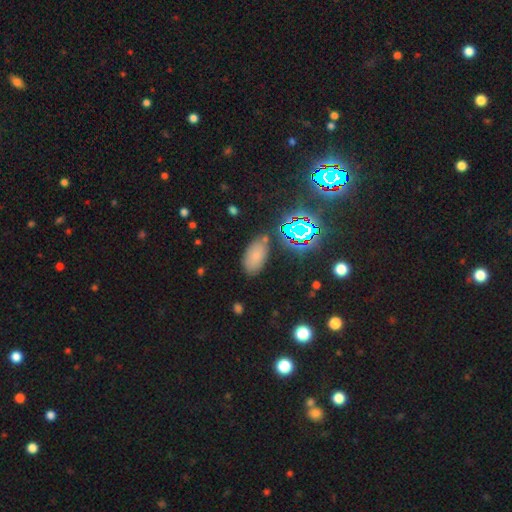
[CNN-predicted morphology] The model was most divided on "smooth or featured": smooth: 68%, star or artifact: 22%, featured or disk: 10%. More confident: how rounded — in between (94%); merging — none (77%).